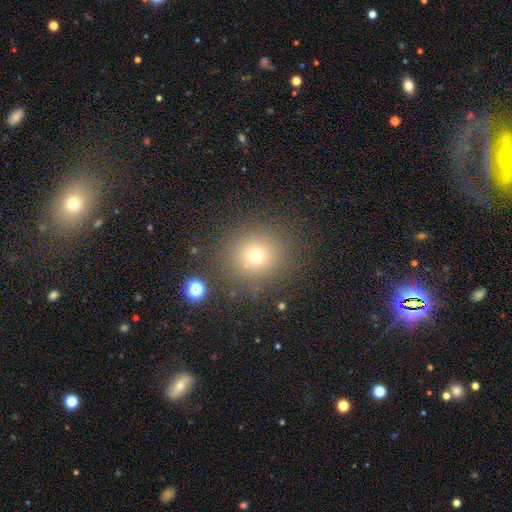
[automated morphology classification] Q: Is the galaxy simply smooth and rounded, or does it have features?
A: smooth — 68%.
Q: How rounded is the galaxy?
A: round — 89%.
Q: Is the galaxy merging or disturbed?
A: none — 85%.